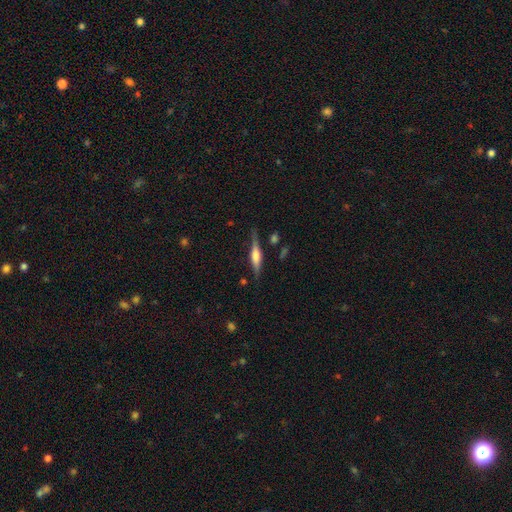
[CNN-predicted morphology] smooth-or-featured: featured or disk: 70% | smooth: 23% | star or artifact: 6%
  disk-edge-on: yes: 97% | no: 3%
    edge-on-bulge: rounded: 70% | boxy: 25% | none: 5%
  merging: none: 82% | minor disturbance: 13% | major disturbance: 3% | merger: 2%